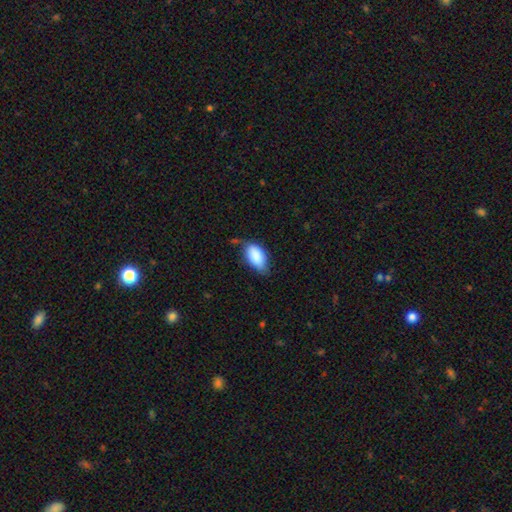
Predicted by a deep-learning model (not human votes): smooth-or-featured: smooth: 85% | featured or disk: 8% | star or artifact: 6%
  how-rounded: in between: 94% | round: 3% | cigar-shaped: 3%
  merging: none: 52% | minor disturbance: 35% | major disturbance: 10% | merger: 3%